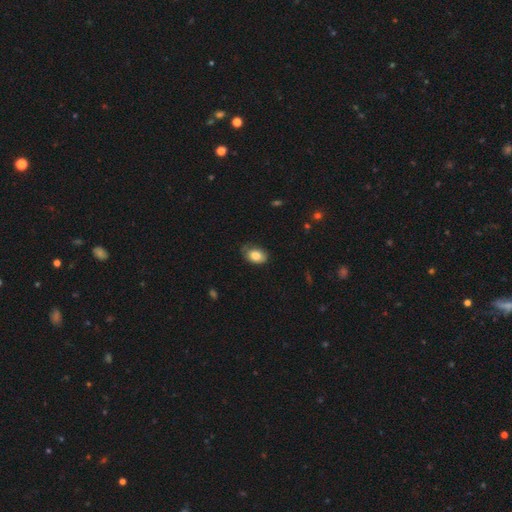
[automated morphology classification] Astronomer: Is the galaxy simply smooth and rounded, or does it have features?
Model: smooth — 80%.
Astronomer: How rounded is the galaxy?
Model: in between — 84%.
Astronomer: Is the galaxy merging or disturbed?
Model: none — 65%.